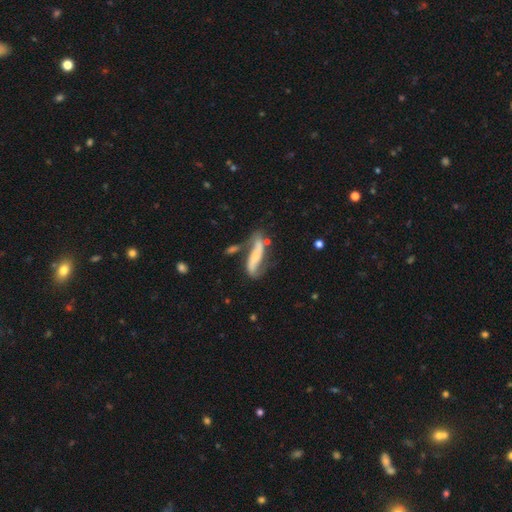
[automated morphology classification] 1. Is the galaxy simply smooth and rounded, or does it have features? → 72% featured or disk, 22% smooth, 6% star or artifact.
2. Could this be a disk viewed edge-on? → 78% no, 22% yes.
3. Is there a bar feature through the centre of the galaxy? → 40% no, 38% strong, 22% weak.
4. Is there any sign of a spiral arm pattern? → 89% yes, 11% no.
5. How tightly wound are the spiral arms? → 66% loose, 23% medium, 11% tight.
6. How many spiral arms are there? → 88% 2, 5% can't tell, 4% 1, 1% 3, 1% 4, 1% more than 4.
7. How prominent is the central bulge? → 56% small, 34% moderate, 5% none, 3% large, 2% dominant.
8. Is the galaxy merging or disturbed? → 56% none, 21% minor disturbance, 12% merger, 11% major disturbance.